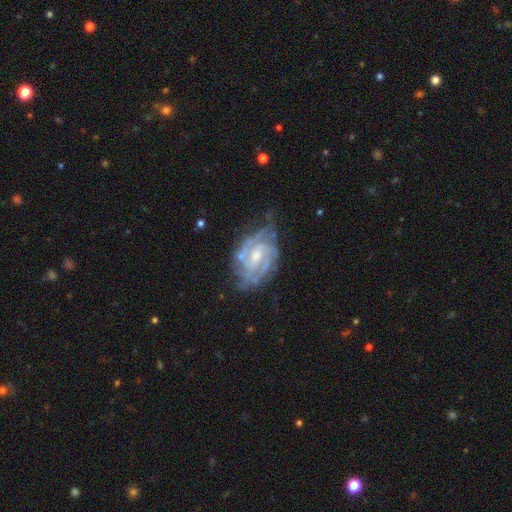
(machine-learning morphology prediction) Q: Smooth or featured?
A: featured or disk (87%); runner-up: smooth (7%)
Q: Edge-on disk?
A: no (97%); runner-up: yes (3%)
Q: Bar?
A: weak (48%); runner-up: no (40%)
Q: Spiral arms?
A: yes (96%); runner-up: no (4%)
Q: Spiral winding?
A: tight (60%); runner-up: medium (34%)
Q: Spiral arm count?
A: 2 (32%); runner-up: can't tell (25%)
Q: Bulge size?
A: moderate (46%); runner-up: small (42%)
Q: Merging?
A: none (64%); runner-up: minor disturbance (24%)